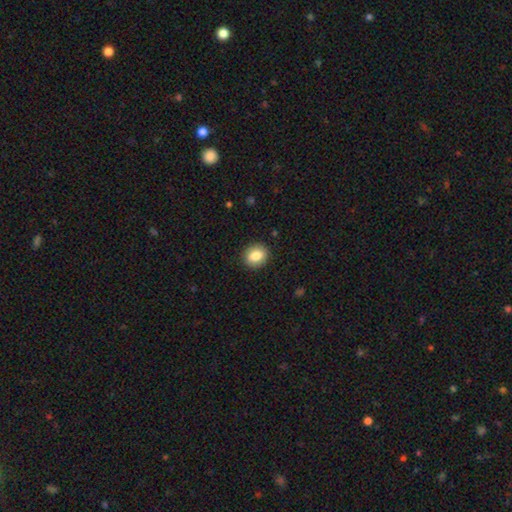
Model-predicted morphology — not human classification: The model was most divided on "how rounded": round: 65%, in between: 34%, cigar-shaped: 1%. More confident: merging — none (90%); smooth or featured — smooth (85%).